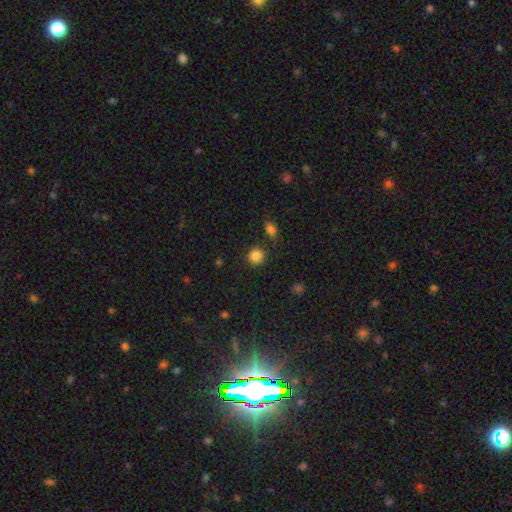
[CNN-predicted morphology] A smooth galaxy with no disk features (86%) that is round (86%). Merging: none (84%).